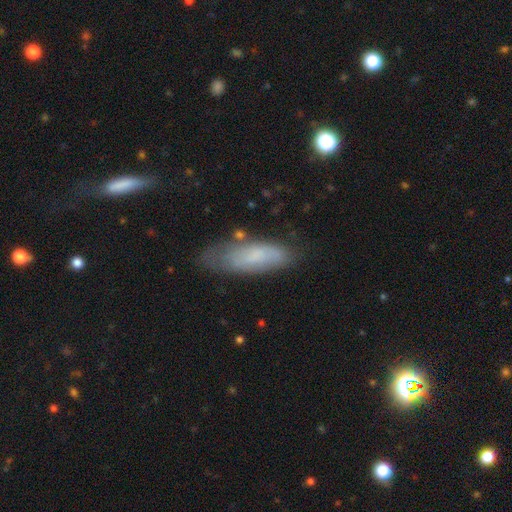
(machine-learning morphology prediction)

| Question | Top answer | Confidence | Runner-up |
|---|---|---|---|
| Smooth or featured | smooth | 66% | featured or disk (26%) |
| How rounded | in between | 62% | cigar-shaped (36%) |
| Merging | none | 63% | minor disturbance (25%) |